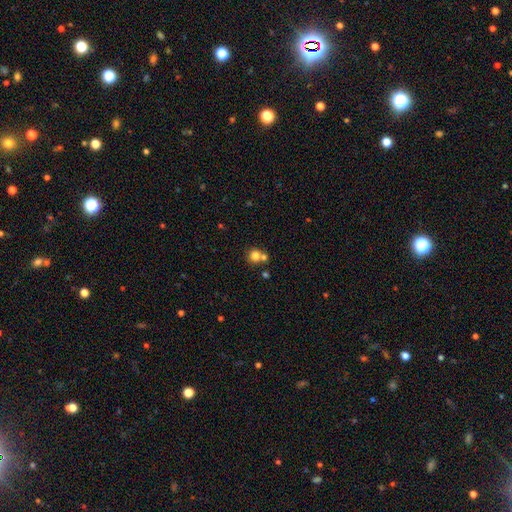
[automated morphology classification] Smooth or featured? Predicted: smooth (p=0.78). How rounded? Predicted: round (p=0.90). Merging? Predicted: none (p=0.56).